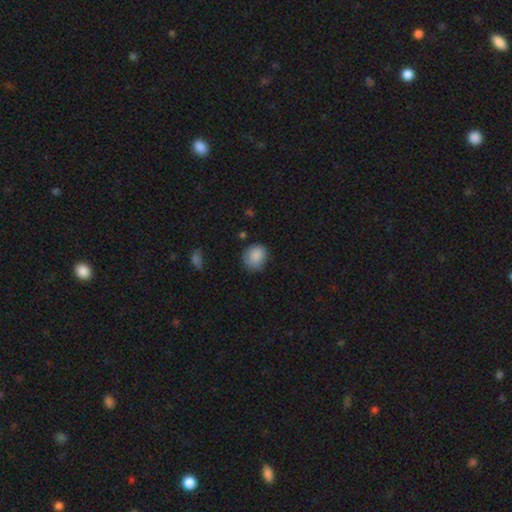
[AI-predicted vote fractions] This is clearly a smooth galaxy (88%). How rounded: likely round (69%). Merging: likely none (76%).